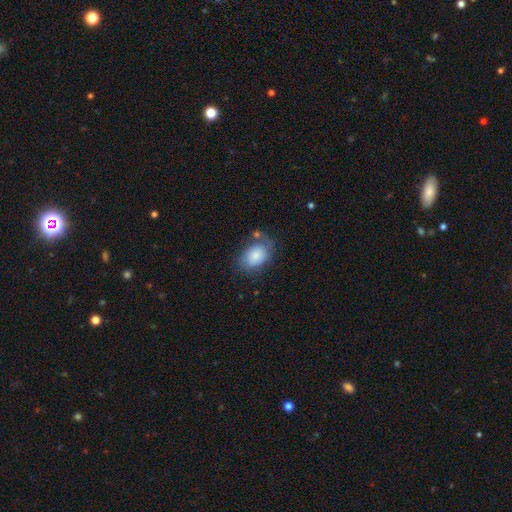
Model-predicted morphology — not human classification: This is clearly a smooth galaxy (81%). How rounded: likely in between (80%). Merging: possibly none (59%).